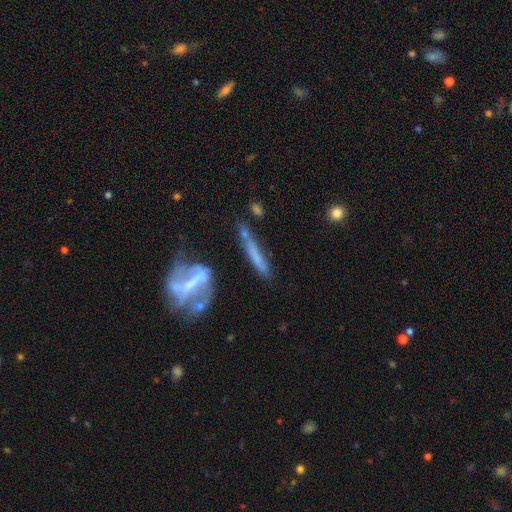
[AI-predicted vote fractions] smooth 46%, featured or disk 44%, star or artifact 10%. Down the decision tree: merging — none (53%).